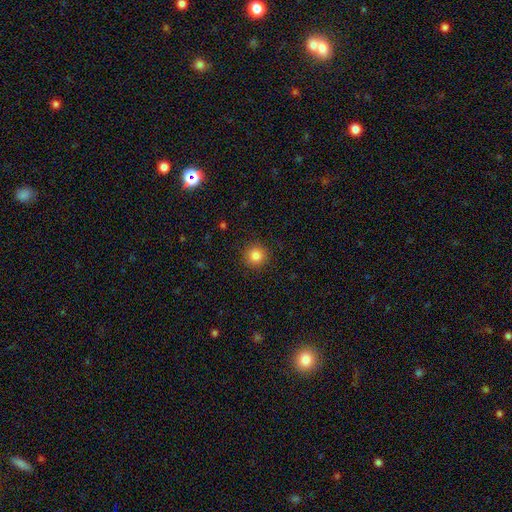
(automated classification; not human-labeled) Morphology: type=smooth (83%); roundness=round (94%); merging=none (90%).